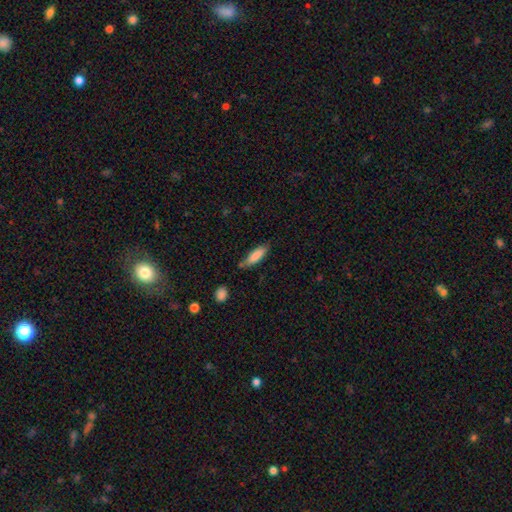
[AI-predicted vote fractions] smooth-or-featured: smooth: 82% | featured or disk: 11% | star or artifact: 6%
  how-rounded: in between: 49% (tied) | cigar-shaped: 49% (tied) | round: 2%
  merging: none: 70% | minor disturbance: 20% | merger: 6% | major disturbance: 4%